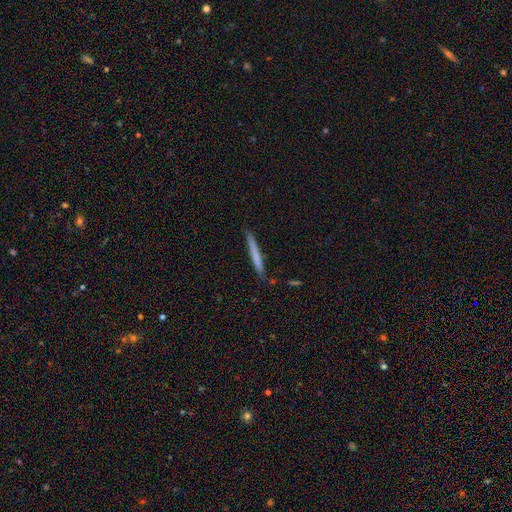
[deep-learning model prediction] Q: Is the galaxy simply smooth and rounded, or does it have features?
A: smooth — 67%.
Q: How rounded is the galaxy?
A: cigar-shaped — 97%.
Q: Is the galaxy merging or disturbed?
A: none — 88%.